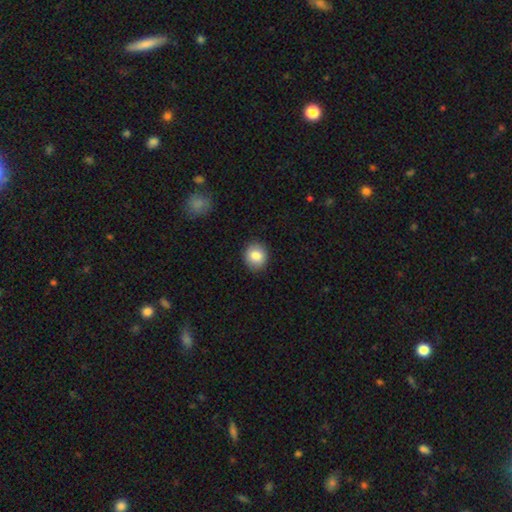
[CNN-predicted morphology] smooth-or-featured: smooth: 84% | star or artifact: 9% | featured or disk: 7%
  how-rounded: round: 76% | in between: 23% | cigar-shaped: 1%
  merging: none: 89% | minor disturbance: 8% | major disturbance: 2% | merger: 1%